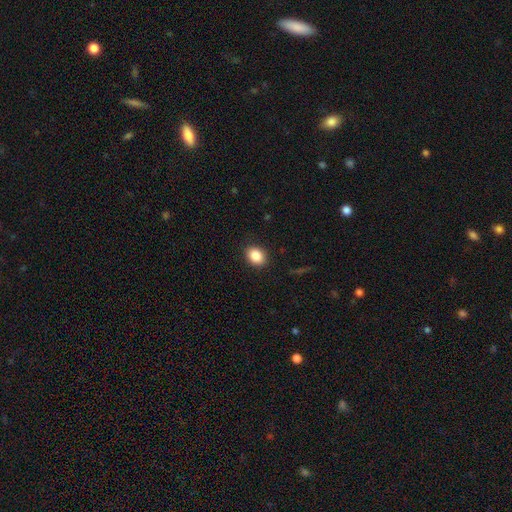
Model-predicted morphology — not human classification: Smooth or featured? Predicted: smooth (p=0.86). How rounded? Predicted: in between (p=0.61). Merging? Predicted: none (p=0.89).